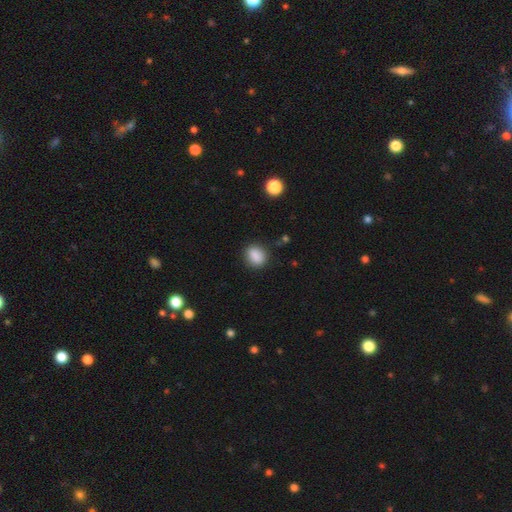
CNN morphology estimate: smooth_or_featured: smooth (p=0.87) [alt: star or artifact p=0.09]
how_rounded: round (p=0.54) [alt: in between p=0.45]
merging: none (p=0.85) [alt: minor disturbance p=0.11]